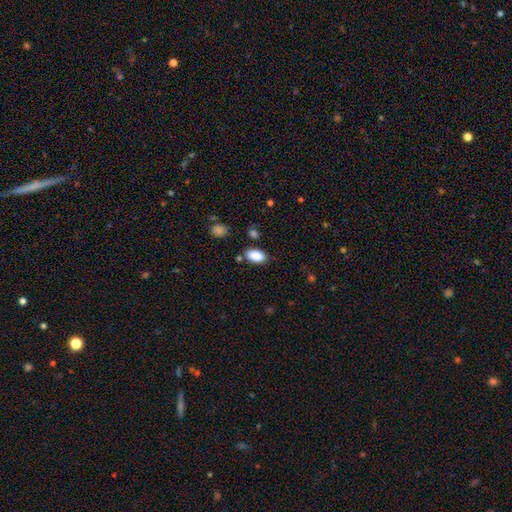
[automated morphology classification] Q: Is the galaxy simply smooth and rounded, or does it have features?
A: smooth — 88%.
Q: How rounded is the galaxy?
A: in between — 93%.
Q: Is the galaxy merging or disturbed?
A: none — 80%.